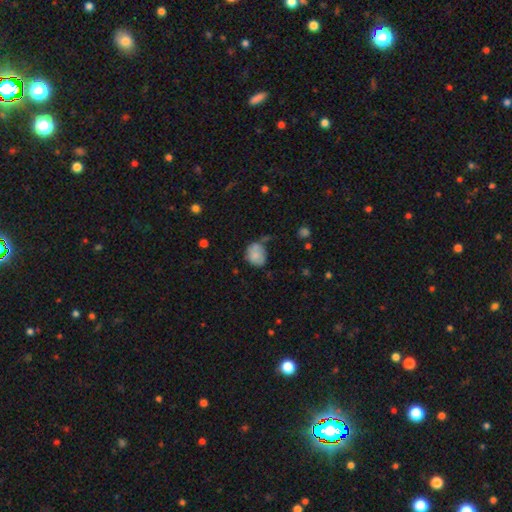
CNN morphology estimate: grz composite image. It shows a smooth galaxy with no disk features (77%) that is round (51%). Merging: none (48%).